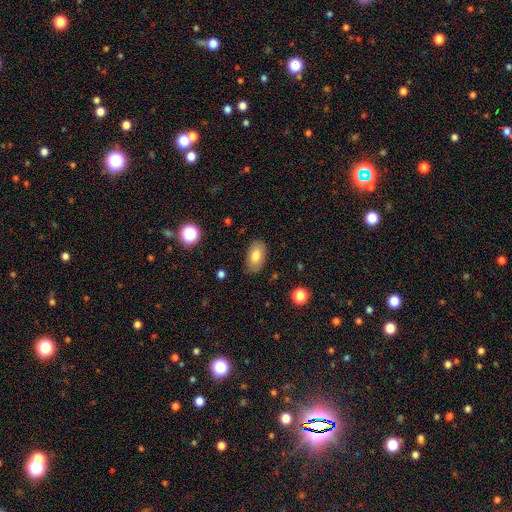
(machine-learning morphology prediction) Smooth or featured? smooth (78%)
How rounded? in between (92%)
Merging? none (84%)